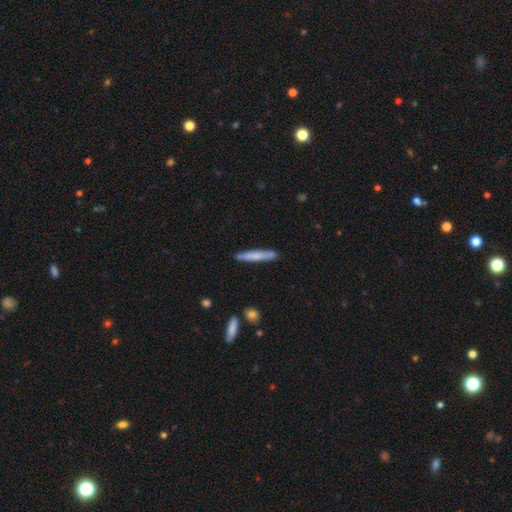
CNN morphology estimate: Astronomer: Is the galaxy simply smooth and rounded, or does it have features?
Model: smooth — 64%.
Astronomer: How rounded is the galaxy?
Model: cigar-shaped — 94%.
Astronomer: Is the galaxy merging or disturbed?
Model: none — 84%.